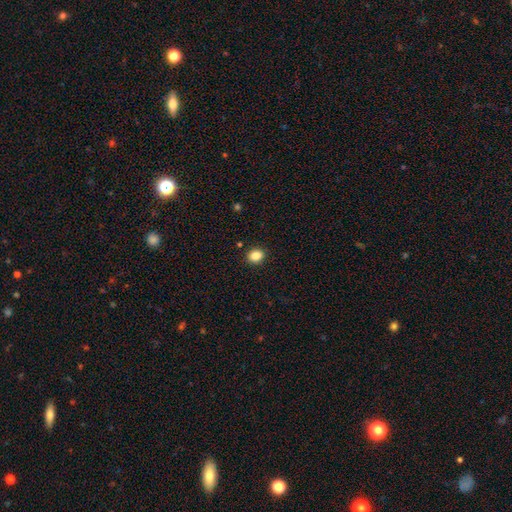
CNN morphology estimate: Smooth or featured?
  - smooth: 86% *
  - star or artifact: 10%
  - featured or disk: 4%
How rounded?
  - round: 53% *
  - in between: 46%
  - cigar-shaped: 1%
Merging?
  - none: 90% *
  - minor disturbance: 7%
  - major disturbance: 2%
  - merger: 1%